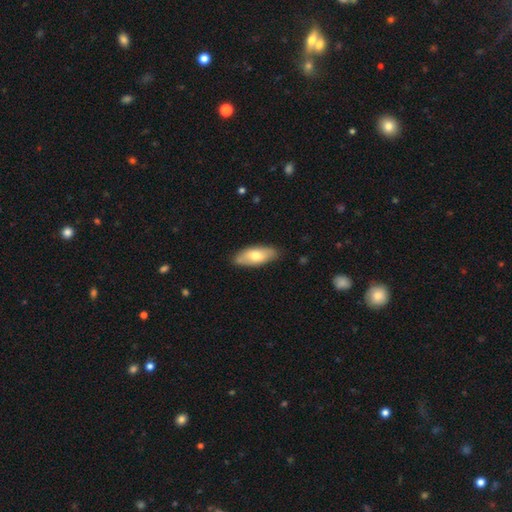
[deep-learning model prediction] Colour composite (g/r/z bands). It shows a smooth galaxy with no disk features (65%) that is in between round and cigar-shaped (84%). Merging: none (82%).